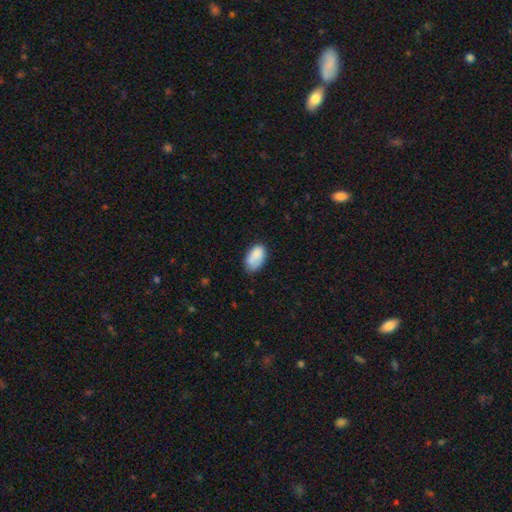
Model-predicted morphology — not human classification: type=smooth (82%); roundness=in between (93%); merging=none (61%).